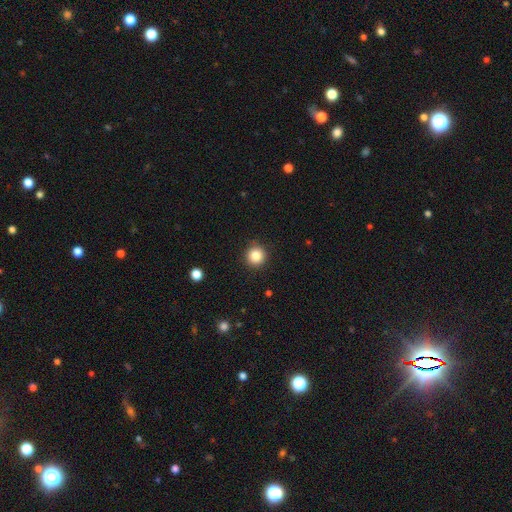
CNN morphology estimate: smooth 84%, star or artifact 11%, featured or disk 5%. Down the decision tree: how rounded — round (94%); merging — none (90%).